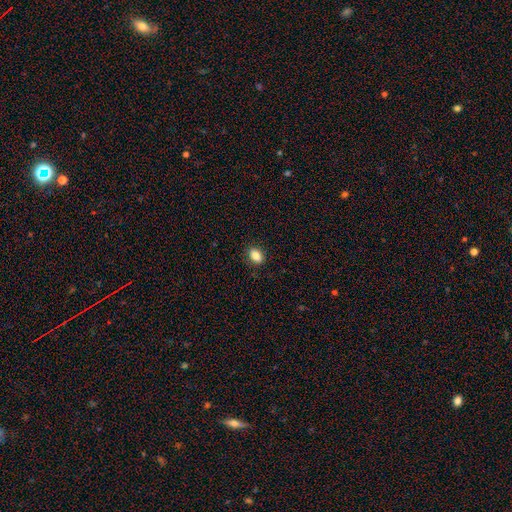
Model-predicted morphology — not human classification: Q: Smooth or featured?
A: smooth (85%); runner-up: star or artifact (9%)
Q: How rounded?
A: in between (80%); runner-up: round (19%)
Q: Merging?
A: none (85%); runner-up: minor disturbance (11%)